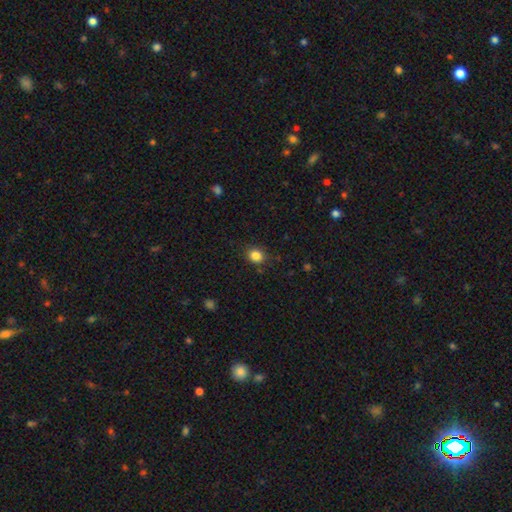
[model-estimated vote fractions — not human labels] smooth-or-featured: smooth: 85% | star or artifact: 11% | featured or disk: 4%
  how-rounded: round: 66% | in between: 33% | cigar-shaped: 1%
  merging: none: 86% | minor disturbance: 10% | major disturbance: 3% | merger: 2%